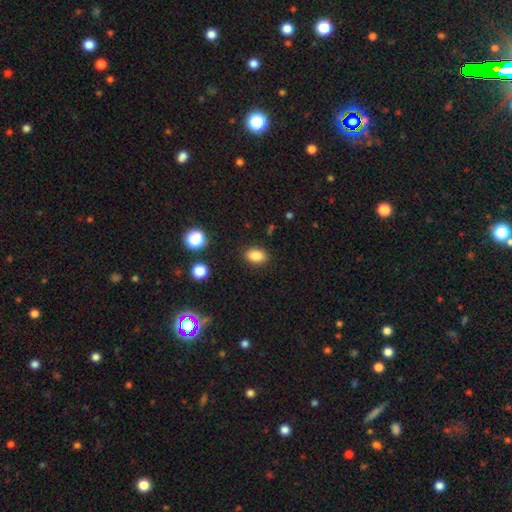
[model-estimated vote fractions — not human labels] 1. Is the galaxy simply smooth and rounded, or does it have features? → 85% smooth, 10% star or artifact, 5% featured or disk.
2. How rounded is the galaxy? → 79% in between, 20% round, 1% cigar-shaped.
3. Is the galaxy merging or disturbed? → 88% none, 8% minor disturbance, 3% major disturbance, 1% merger.